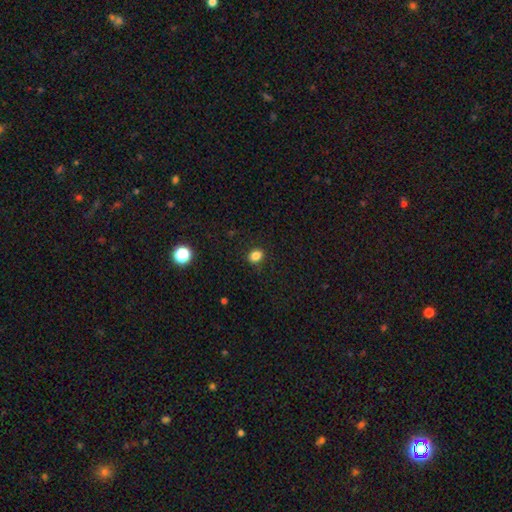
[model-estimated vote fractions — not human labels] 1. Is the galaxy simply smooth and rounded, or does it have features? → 84% smooth, 12% star or artifact, 4% featured or disk.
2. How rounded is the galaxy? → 52% in between, 47% round, 1% cigar-shaped.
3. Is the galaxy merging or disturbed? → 88% none, 8% minor disturbance, 2% major disturbance, 1% merger.